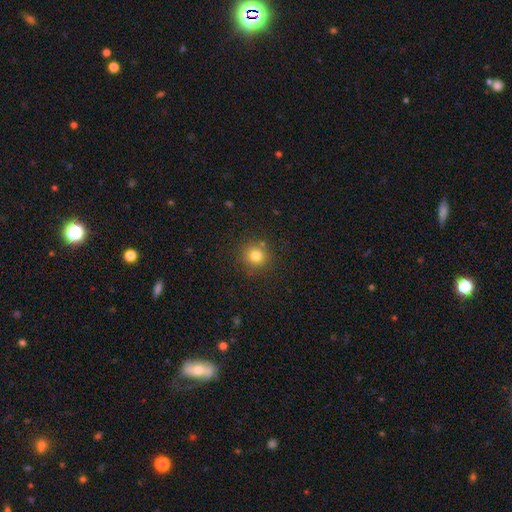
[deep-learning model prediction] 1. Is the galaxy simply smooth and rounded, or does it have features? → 79% smooth, 14% star or artifact, 7% featured or disk.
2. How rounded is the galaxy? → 93% round, 6% in between, 1% cigar-shaped.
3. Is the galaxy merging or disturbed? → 84% none, 9% minor disturbance, 5% merger, 3% major disturbance.